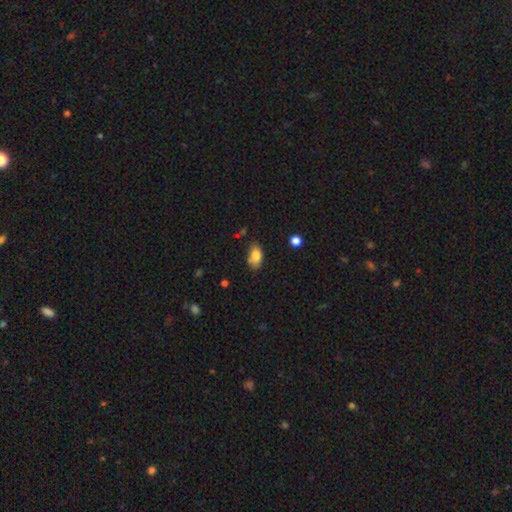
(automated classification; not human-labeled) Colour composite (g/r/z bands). It shows a smooth galaxy with no disk features (80%) that is in between round and cigar-shaped (90%). Merging: none (69%).